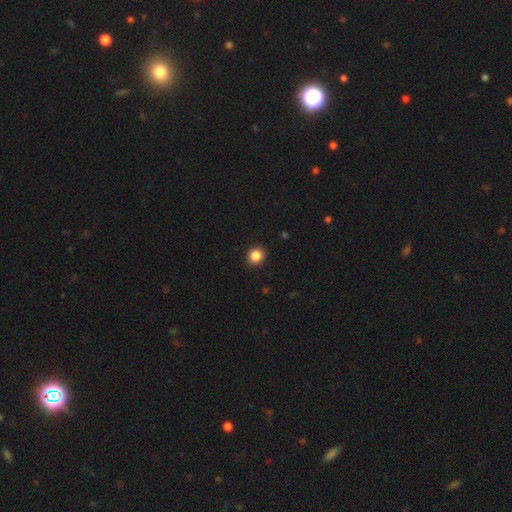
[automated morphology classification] Smooth or featured? Predicted: smooth (p=0.86). How rounded? Predicted: round (p=0.84). Merging? Predicted: none (p=0.91).